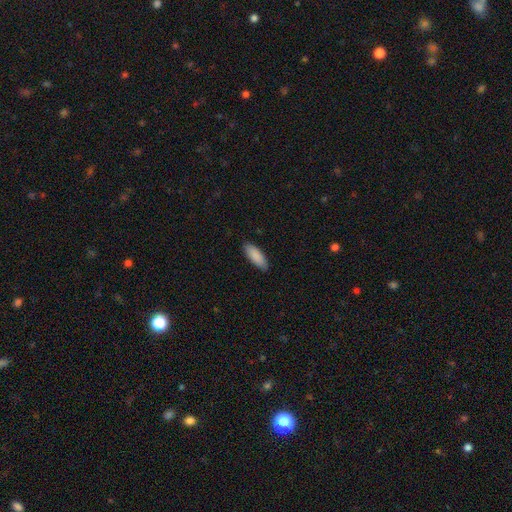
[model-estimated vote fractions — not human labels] A smooth galaxy with no disk features (90%) that is in between round and cigar-shaped (72%).

Vote fractions:
- Smooth or featured? smooth: 90% / star or artifact: 6% / featured or disk: 4%
- How rounded? in between: 72% / cigar-shaped: 27% / round: 1%
- Merging? none: 88% / minor disturbance: 10% / major disturbance: 2% / merger: 1%